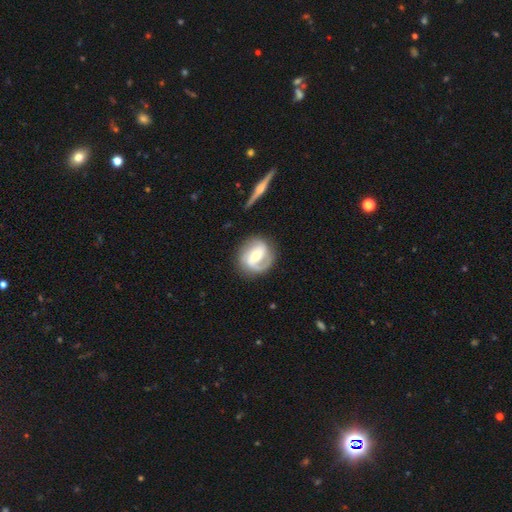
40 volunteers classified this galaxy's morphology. Volunteers were most divided on "bar": strong: 55%, weak: 35%, no: 10%. More confident: spiral arms — yes (97%); edge-on disk — no (94%); smooth or featured — featured or disk (82%); spiral winding — medium (70%); spiral arm count — 2 (67%); bulge size — moderate (61%); merging — none (58%).